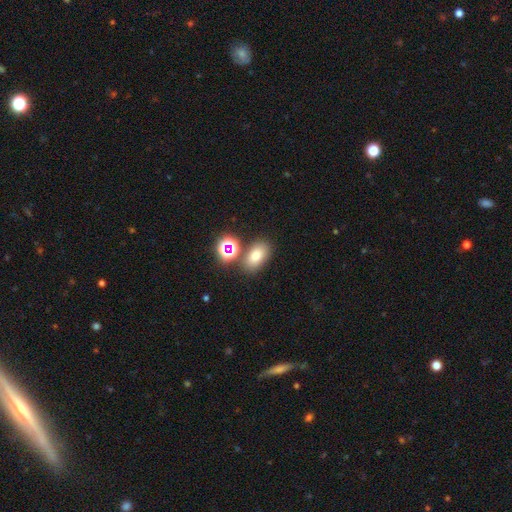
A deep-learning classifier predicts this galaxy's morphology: A smooth galaxy with no disk features (70%) that is in between round and cigar-shaped (79%).

Vote fractions:
- Smooth or featured? smooth: 70% / star or artifact: 19% / featured or disk: 10%
- How rounded? in between: 79% / round: 19% / cigar-shaped: 2%
- Merging? none: 74% / merger: 12% / minor disturbance: 11% / major disturbance: 4%